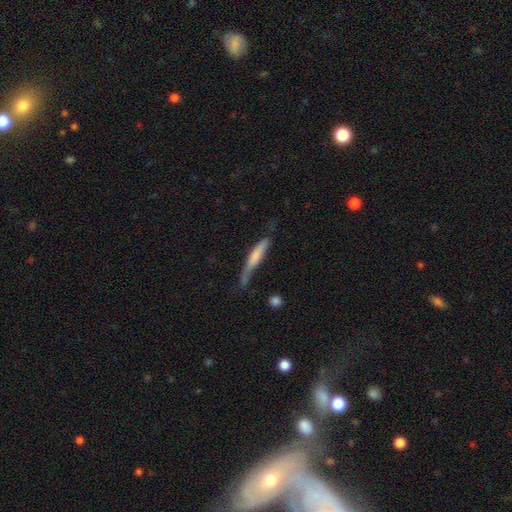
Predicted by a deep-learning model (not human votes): A smooth galaxy with no disk features (63%) that is cigar-shaped (88%). Merging: none (44%).